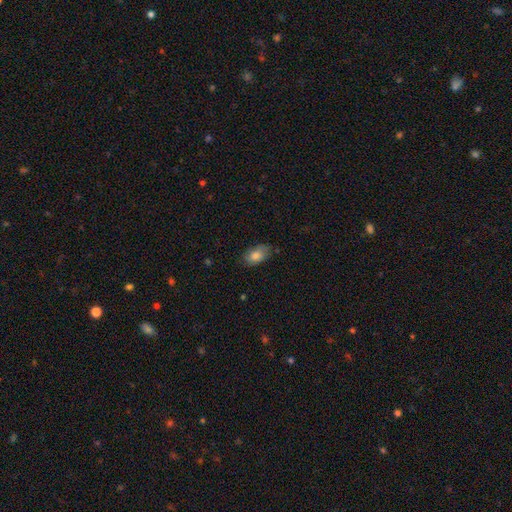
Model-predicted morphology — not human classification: This is clearly a smooth galaxy (83%). How rounded: clearly in between (91%). Merging: likely none (74%).